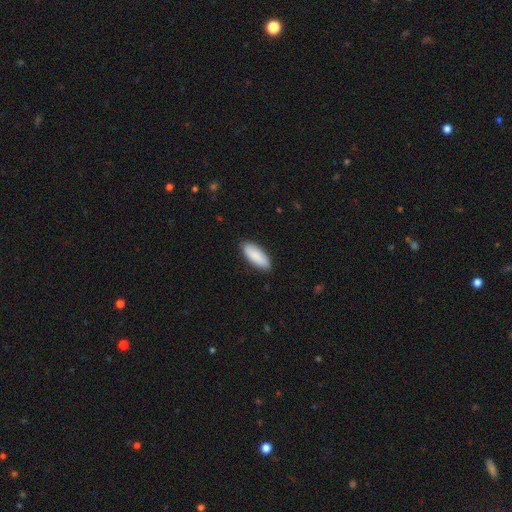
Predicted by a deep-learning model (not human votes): smooth 89%, featured or disk 6%, star or artifact 5%. Down the decision tree: how rounded — in between (74%); merging — none (88%).